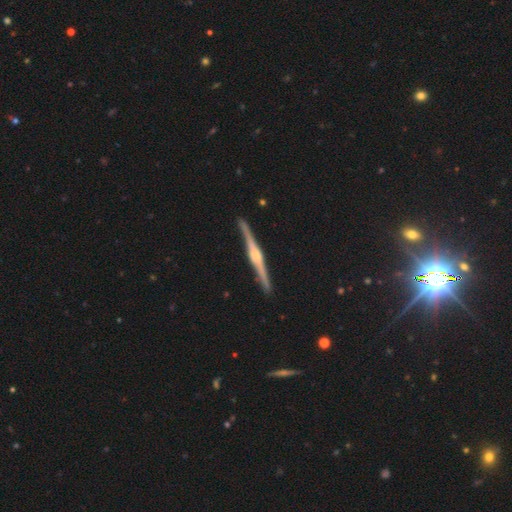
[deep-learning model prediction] Smooth or featured? featured or disk (86%)
Edge-on disk? yes (99%)
Edge-on bulge? rounded (61%)
Merging? none (91%)